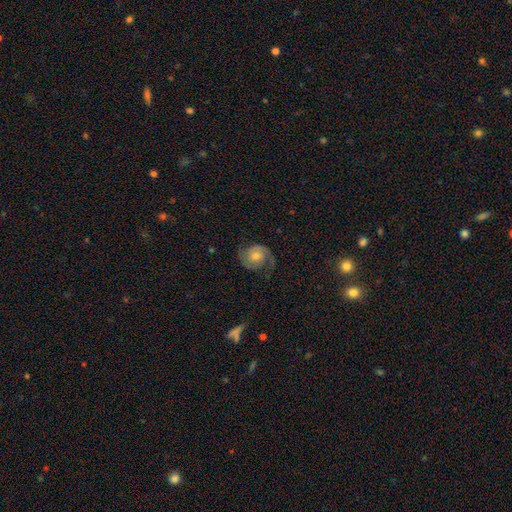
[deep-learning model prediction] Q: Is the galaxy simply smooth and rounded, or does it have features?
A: featured or disk — 76%.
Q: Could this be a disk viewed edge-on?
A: no — 98%.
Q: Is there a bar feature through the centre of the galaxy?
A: no — 71%.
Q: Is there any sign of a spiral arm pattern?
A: yes — 94%.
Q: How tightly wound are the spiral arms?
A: medium — 45%.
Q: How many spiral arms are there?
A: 2 — 81%.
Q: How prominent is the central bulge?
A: moderate — 54%.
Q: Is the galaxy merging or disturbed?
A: none — 70%.